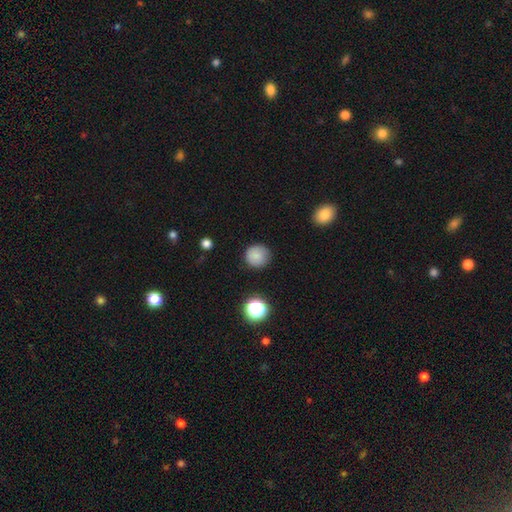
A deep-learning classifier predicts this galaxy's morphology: Smooth or featured: smooth — 84% (star or artifact — 11%)
How rounded: round — 94% (in between — 5%)
Merging: none — 88% (minor disturbance — 9%)